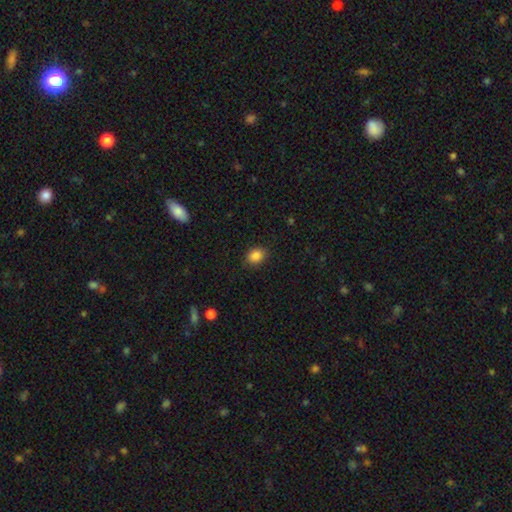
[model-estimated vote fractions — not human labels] This is clearly a smooth galaxy (87%). How rounded: possibly in between (59%). Merging: clearly none (87%).